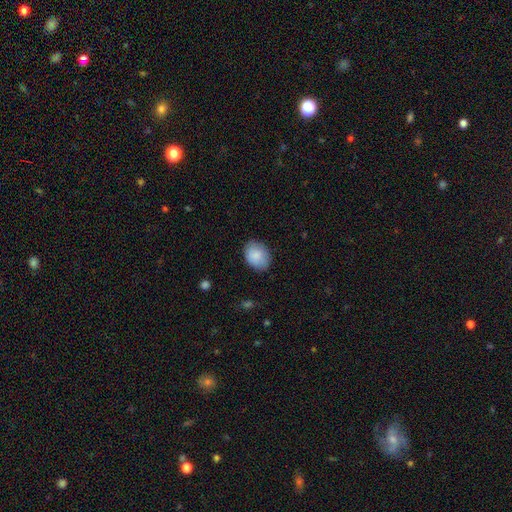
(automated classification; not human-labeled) Smooth or featured?
  - smooth: 87% *
  - featured or disk: 7%
  - star or artifact: 6%
How rounded?
  - in between: 66% *
  - round: 33%
  - cigar-shaped: 1%
Merging?
  - none: 81% *
  - minor disturbance: 15%
  - major disturbance: 3%
  - merger: 1%